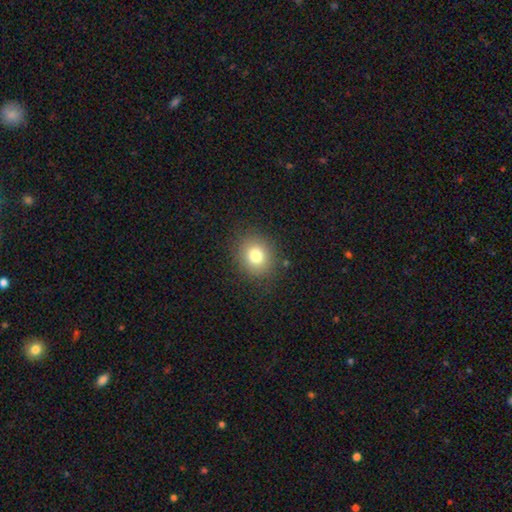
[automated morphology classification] A smooth galaxy with no disk features (78%) that is round (73%).

Vote fractions:
- Smooth or featured? smooth: 78% / star or artifact: 12% / featured or disk: 10%
- How rounded? round: 73% / in between: 26% / cigar-shaped: 1%
- Merging? none: 86% / minor disturbance: 9% / major disturbance: 4% / merger: 1%